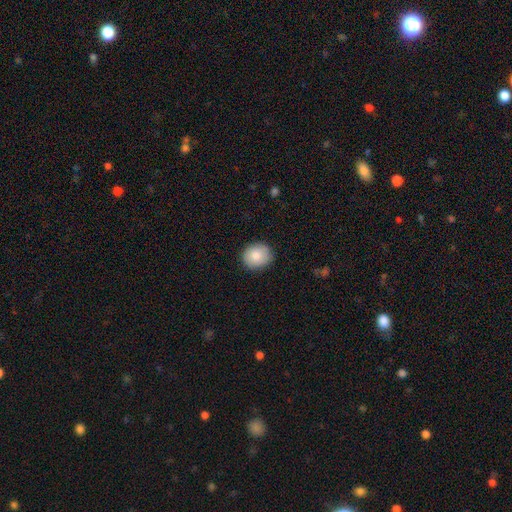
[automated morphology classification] Smooth or featured: smooth — 84% (featured or disk — 9%)
How rounded: round — 76% (in between — 23%)
Merging: none — 87% (minor disturbance — 10%)